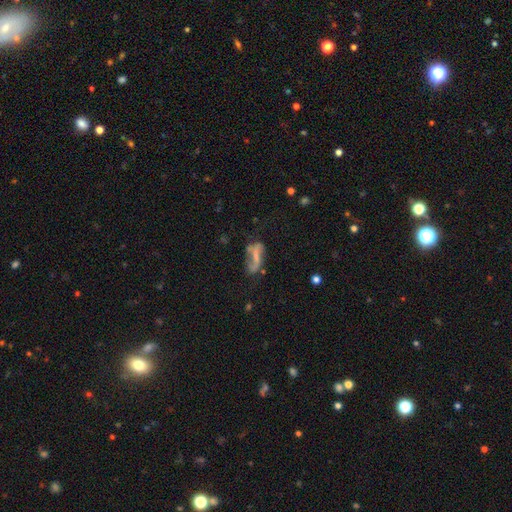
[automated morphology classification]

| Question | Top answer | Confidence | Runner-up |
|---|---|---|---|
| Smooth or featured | featured or disk | 54% | smooth (34%) |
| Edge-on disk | no | 90% | yes (10%) |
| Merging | none | 38% | major disturbance (29%) |